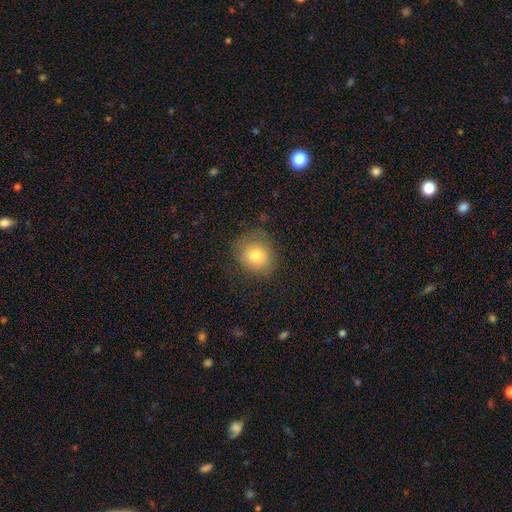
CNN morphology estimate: Smooth or featured? smooth (77%)
How rounded? round (72%)
Merging? none (72%)